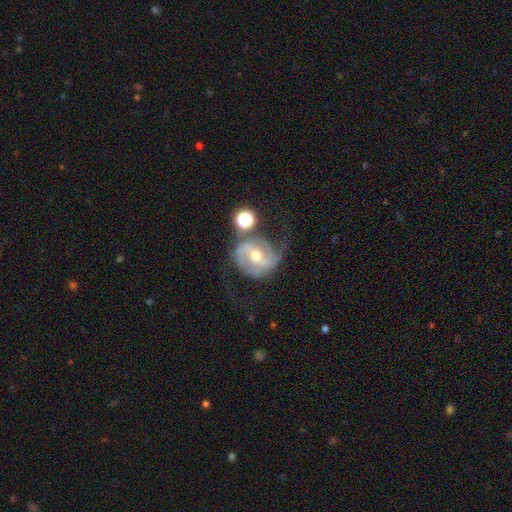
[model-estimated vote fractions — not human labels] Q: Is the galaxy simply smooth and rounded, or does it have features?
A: featured or disk — 83%.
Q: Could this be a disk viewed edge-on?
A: no — 97%.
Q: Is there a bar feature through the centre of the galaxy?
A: weak — 41%.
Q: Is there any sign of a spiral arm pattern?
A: yes — 94%.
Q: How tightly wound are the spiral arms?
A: medium — 48%.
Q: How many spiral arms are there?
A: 2 — 79%.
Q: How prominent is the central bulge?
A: moderate — 59%.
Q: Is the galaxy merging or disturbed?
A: none — 52%.